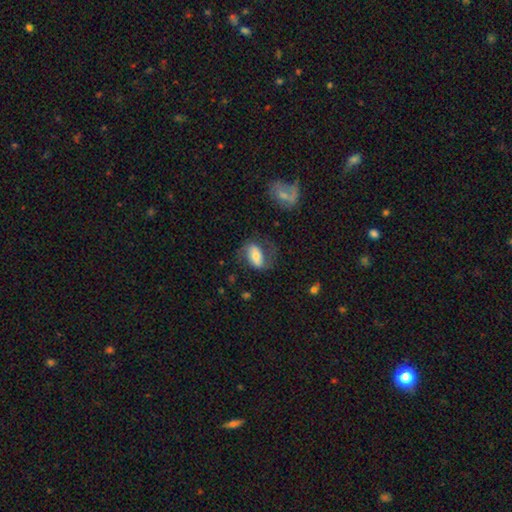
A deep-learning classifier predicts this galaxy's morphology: Smooth or featured: featured or disk — 49% (smooth — 44%)
Merging: none — 59% (minor disturbance — 22%)